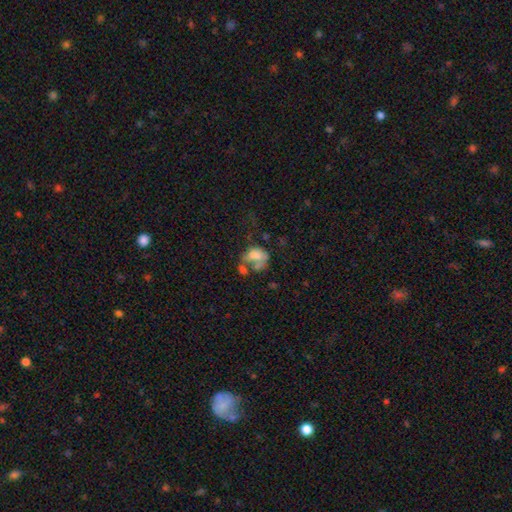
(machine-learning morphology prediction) The model was most divided on "merging": merger: 41%, major disturbance: 28%, none: 18%, minor disturbance: 14%. More confident: how rounded — in between (72%); smooth or featured — smooth (53%).